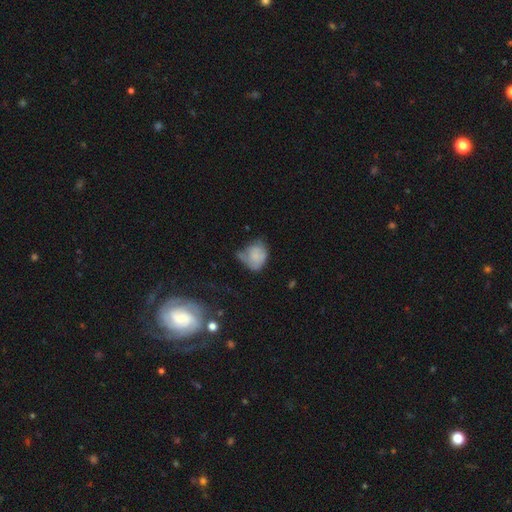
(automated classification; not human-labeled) Overall: smooth (64%; featured or disk 26%). How rounded: round (51%; in between 48%). Merging: minor disturbance (36%; none 28%).